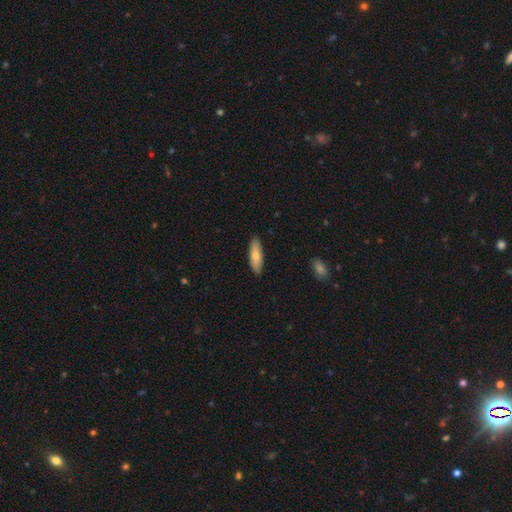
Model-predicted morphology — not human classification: Smooth or featured? Predicted: smooth (p=0.75). How rounded? Predicted: in between (p=0.49, tied with cigar-shaped). Merging? Predicted: none (p=0.89).